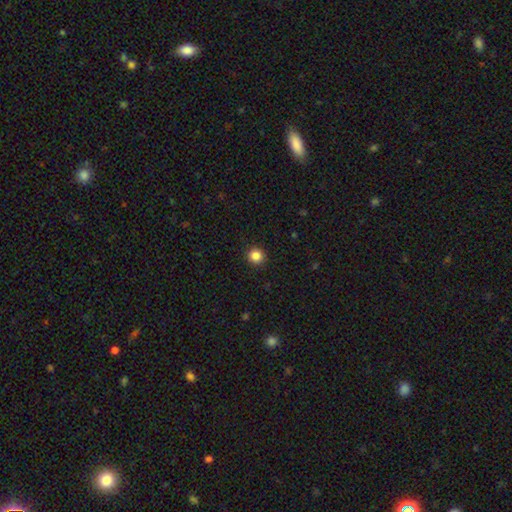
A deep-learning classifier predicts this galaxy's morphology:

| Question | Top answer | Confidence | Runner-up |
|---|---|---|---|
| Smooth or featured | smooth | 85% | star or artifact (11%) |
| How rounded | round | 94% | in between (5%) |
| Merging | none | 93% | minor disturbance (5%) |